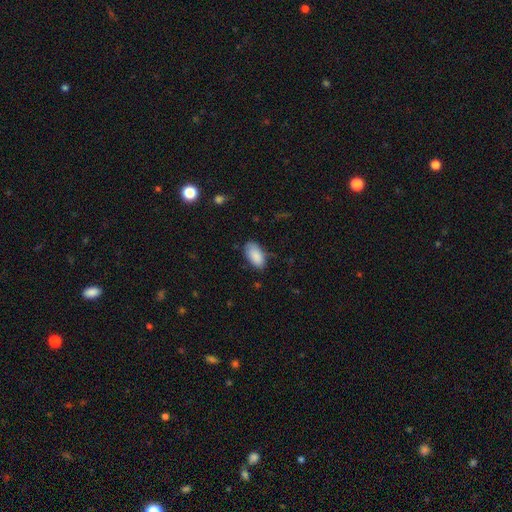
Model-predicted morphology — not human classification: This is clearly a smooth galaxy (89%). How rounded: clearly in between (95%). Merging: likely none (74%).